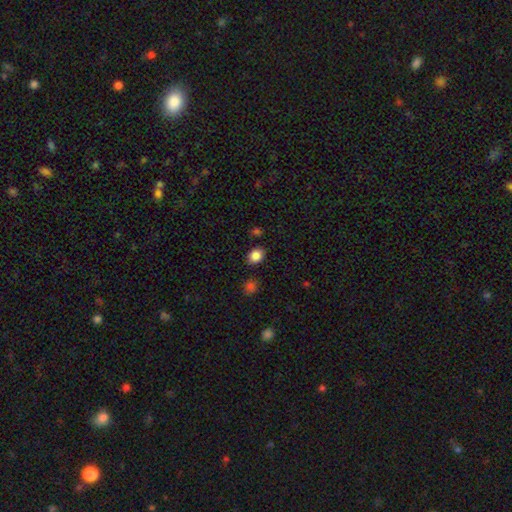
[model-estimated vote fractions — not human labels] This is clearly a smooth galaxy (86%). How rounded: possibly in between (57%). Merging: clearly none (84%).